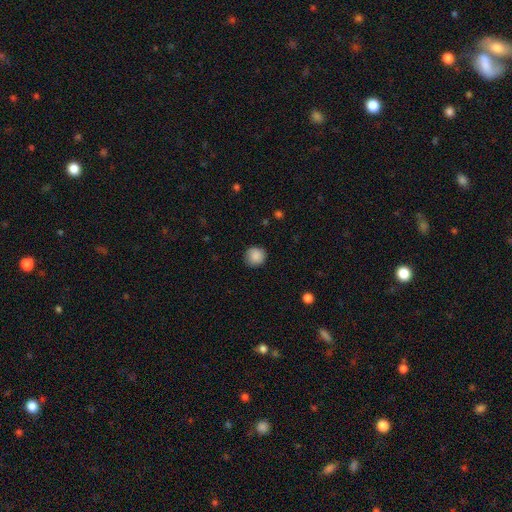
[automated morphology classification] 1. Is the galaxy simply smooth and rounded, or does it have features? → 89% smooth, 8% star or artifact, 3% featured or disk.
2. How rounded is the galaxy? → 93% round, 7% in between, 1% cigar-shaped.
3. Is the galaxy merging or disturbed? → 89% none, 8% minor disturbance, 2% major disturbance, 1% merger.